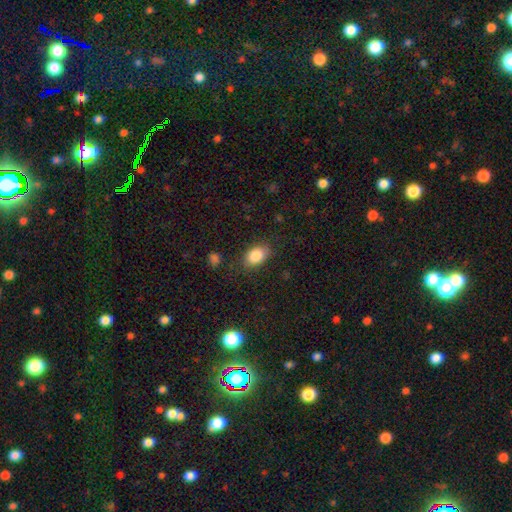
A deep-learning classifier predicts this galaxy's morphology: smooth-or-featured: smooth: 85% | star or artifact: 8% | featured or disk: 7%
  how-rounded: in between: 84% | round: 15% | cigar-shaped: 1%
  merging: none: 80% | minor disturbance: 14% | major disturbance: 4% | merger: 1%